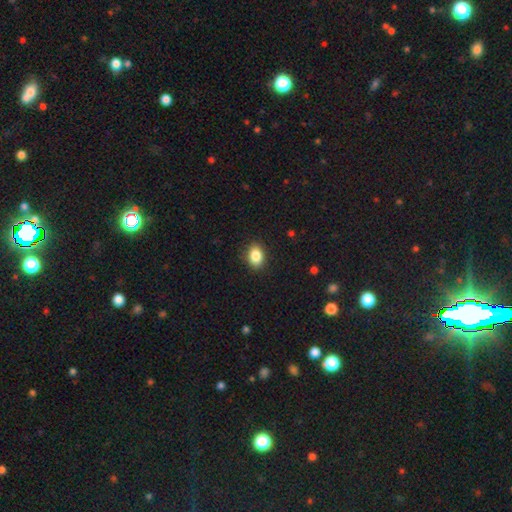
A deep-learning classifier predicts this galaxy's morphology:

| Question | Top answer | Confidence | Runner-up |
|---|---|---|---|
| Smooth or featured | smooth | 86% | star or artifact (9%) |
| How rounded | in between | 72% | round (27%) |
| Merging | none | 88% | minor disturbance (9%) |